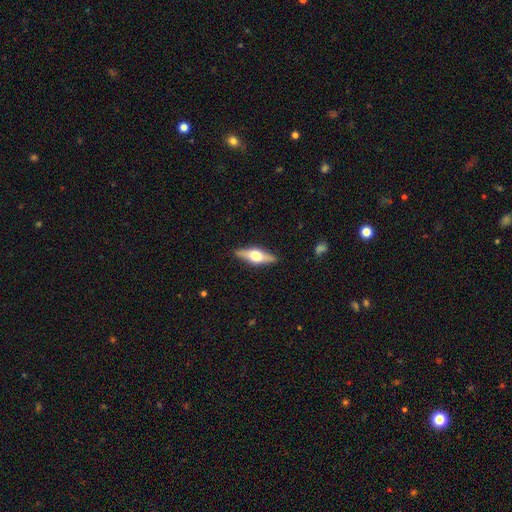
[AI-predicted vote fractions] Morphology: type=featured or disk (63%); edge-on=yes (95%); edge-on bulge=rounded (93%); merging=none (89%).